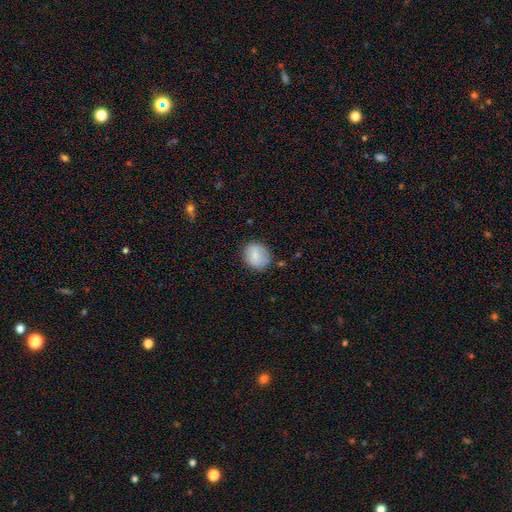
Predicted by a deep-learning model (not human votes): Smooth or featured: smooth — 82% (featured or disk — 10%)
How rounded: round — 67% (in between — 32%)
Merging: none — 79% (minor disturbance — 16%)